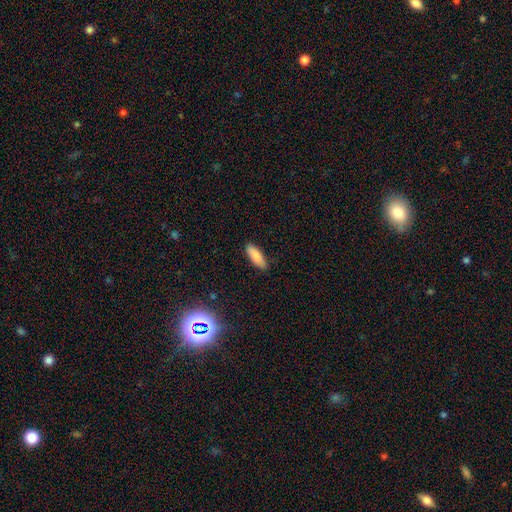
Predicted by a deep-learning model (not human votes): Smooth or featured? Predicted: smooth (p=0.86). How rounded? Predicted: in between (p=0.62). Merging? Predicted: none (p=0.87).